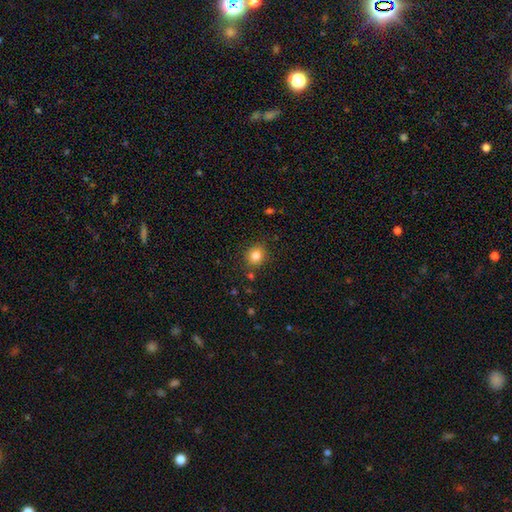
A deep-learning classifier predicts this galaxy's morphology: This is clearly a smooth galaxy (82%). How rounded: likely round (76%). Merging: clearly none (85%).